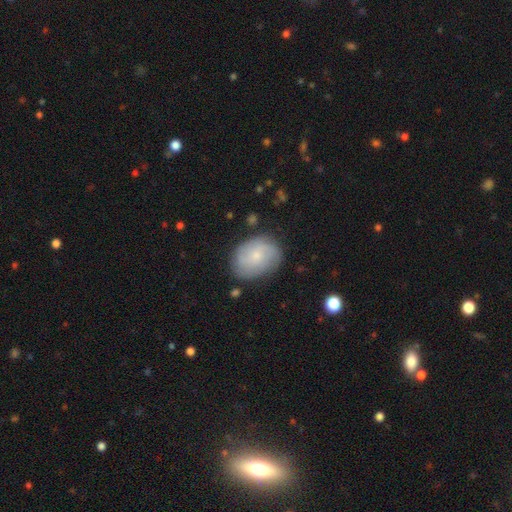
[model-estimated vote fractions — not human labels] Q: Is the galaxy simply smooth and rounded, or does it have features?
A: smooth — 52%.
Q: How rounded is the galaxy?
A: in between — 66%.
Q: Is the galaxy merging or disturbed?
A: none — 74%.